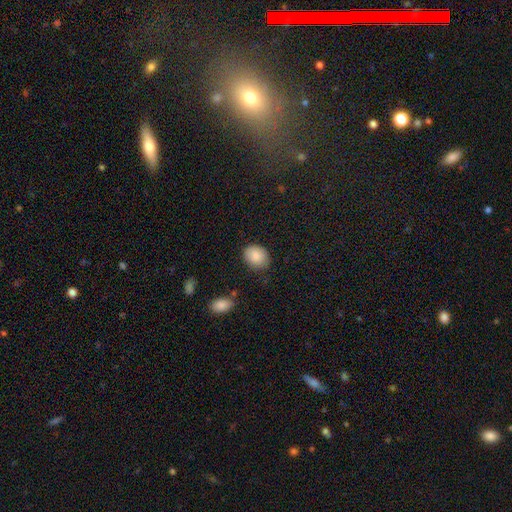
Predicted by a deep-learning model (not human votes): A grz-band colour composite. It shows a smooth galaxy with no disk features (87%) that is in between round and cigar-shaped (59%). Merging: none (81%).